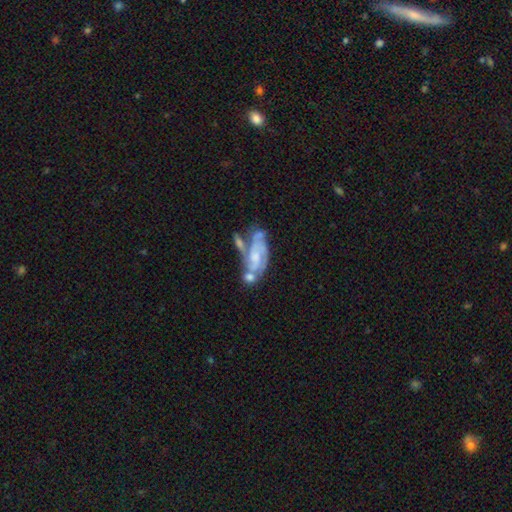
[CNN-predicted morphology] Smooth or featured? Predicted: featured or disk (p=0.78). Edge-on disk? Predicted: no (p=0.94). Bar? Predicted: no (p=0.61). Spiral arms? Predicted: yes (p=0.89). Spiral winding? Predicted: medium (p=0.43). Spiral arm count? Predicted: 2 (p=0.44). Bulge size? Predicted: small (p=0.42). Merging? Predicted: merger (p=0.34).